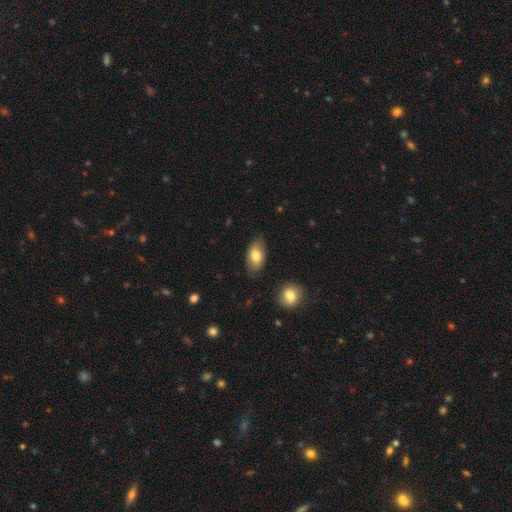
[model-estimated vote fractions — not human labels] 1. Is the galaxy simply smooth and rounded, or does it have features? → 77% smooth, 16% featured or disk, 7% star or artifact.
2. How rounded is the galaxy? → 93% in between, 5% round, 2% cigar-shaped.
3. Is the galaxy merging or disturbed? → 82% none, 14% minor disturbance, 3% major disturbance, 2% merger.